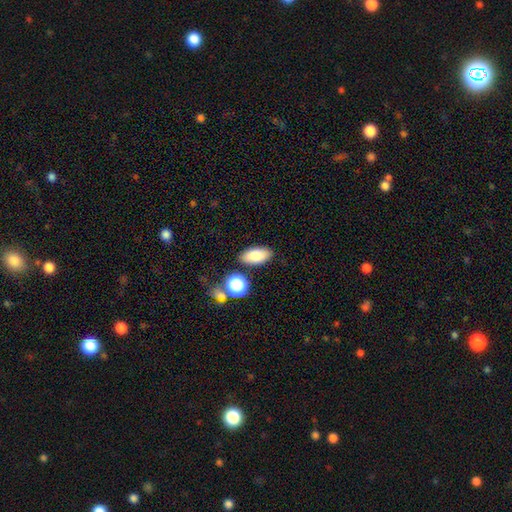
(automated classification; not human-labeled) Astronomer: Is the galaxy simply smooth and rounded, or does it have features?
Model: smooth — 82%.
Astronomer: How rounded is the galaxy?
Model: in between — 88%.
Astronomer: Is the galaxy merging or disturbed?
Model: none — 82%.